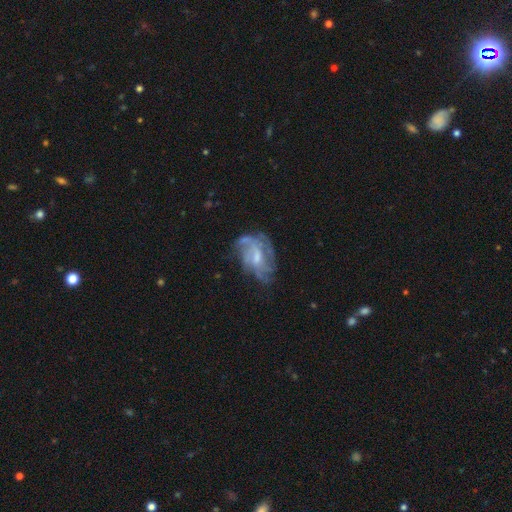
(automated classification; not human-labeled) A featured or disk galaxy (78%) with a weak bar (48%), medium (41%) spiral arms (84%) and a moderate central bulge (45%). Merging: none (55%).